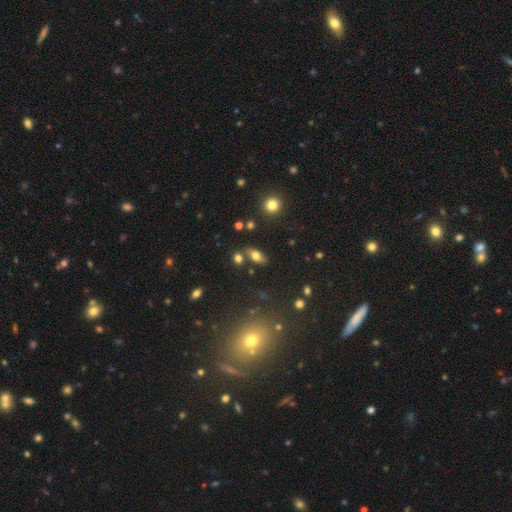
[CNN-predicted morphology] This is likely a smooth galaxy (68%). How rounded: clearly in between (83%). Merging: likely none (71%).